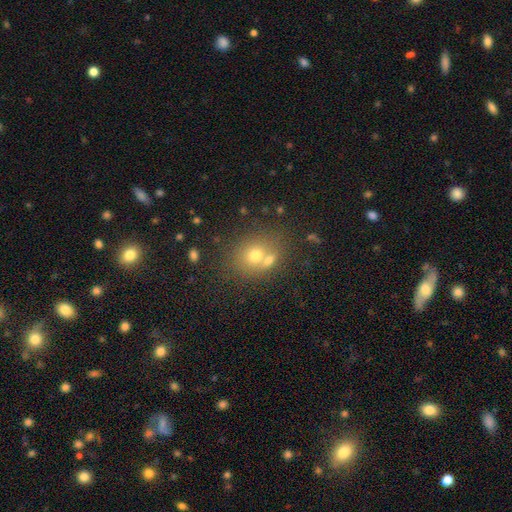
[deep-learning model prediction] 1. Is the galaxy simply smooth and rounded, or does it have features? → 67% smooth, 18% featured or disk, 15% star or artifact.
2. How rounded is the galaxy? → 67% round, 32% in between, 1% cigar-shaped.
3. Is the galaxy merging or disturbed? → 50% none, 36% merger, 10% minor disturbance, 4% major disturbance.